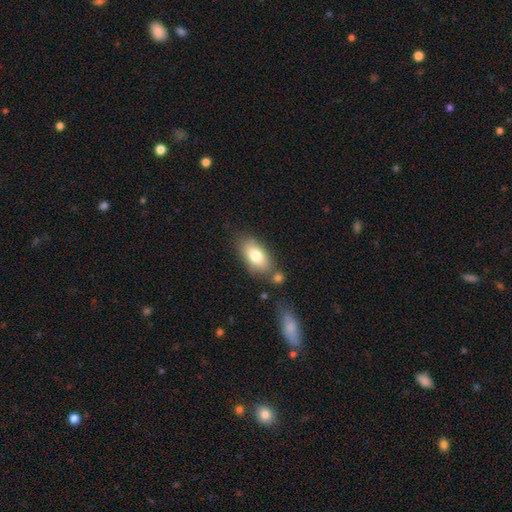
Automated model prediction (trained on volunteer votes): Q: Smooth or featured?
A: smooth (77%); runner-up: featured or disk (16%)
Q: How rounded?
A: in between (90%); runner-up: cigar-shaped (5%)
Q: Merging?
A: none (70%); runner-up: minor disturbance (15%)